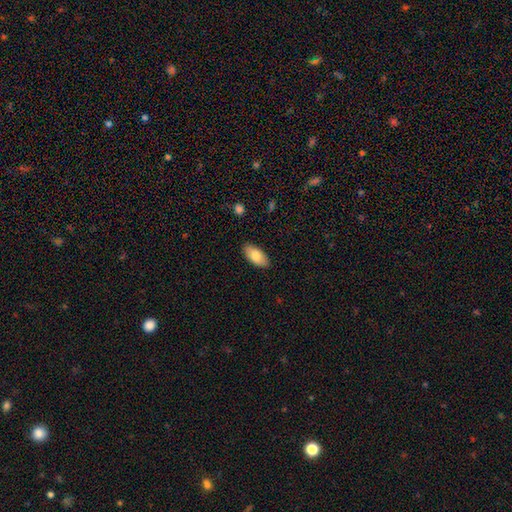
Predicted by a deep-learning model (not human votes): A smooth galaxy with no disk features (80%) that is in between round and cigar-shaped (93%). Merging: none (88%).